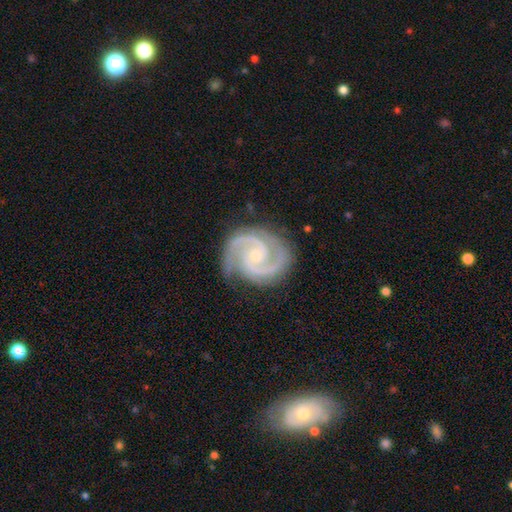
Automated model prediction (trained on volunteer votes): Smooth or featured: featured or disk — 94% (star or artifact — 4%)
Edge-on disk: no — 98% (yes — 2%)
Bar: no — 66% (weak — 26%)
Spiral arms: yes — 99% (no — 1%)
Spiral winding: medium — 48% (tied with tight — 48%)
Spiral arm count: 2 — 89% (3 — 6%)
Bulge size: small — 76% (moderate — 19%)
Merging: none — 83% (minor disturbance — 13%)